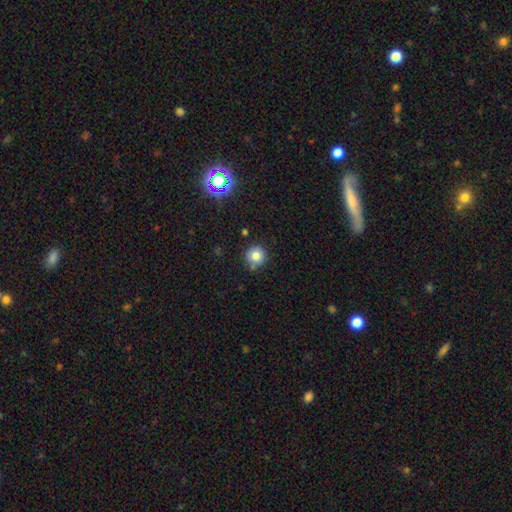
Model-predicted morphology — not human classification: Smooth or featured? Predicted: smooth (p=0.80). How rounded? Predicted: round (p=0.94). Merging? Predicted: none (p=0.80).